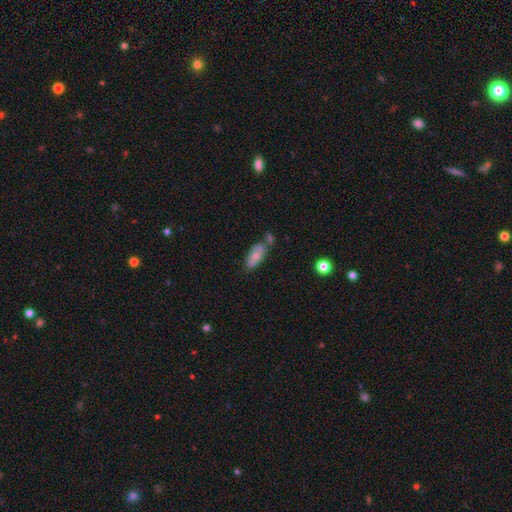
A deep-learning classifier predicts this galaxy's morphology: Smooth or featured: smooth — 64% (featured or disk — 28%)
How rounded: in between — 86% (cigar-shaped — 11%)
Merging: none — 51% (minor disturbance — 22%)